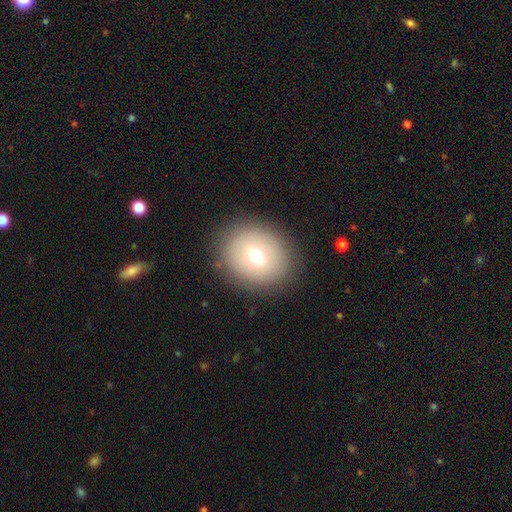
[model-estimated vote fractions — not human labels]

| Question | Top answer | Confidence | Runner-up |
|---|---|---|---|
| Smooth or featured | smooth | 66% | featured or disk (22%) |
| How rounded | round | 75% | in between (24%) |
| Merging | none | 86% | minor disturbance (9%) |